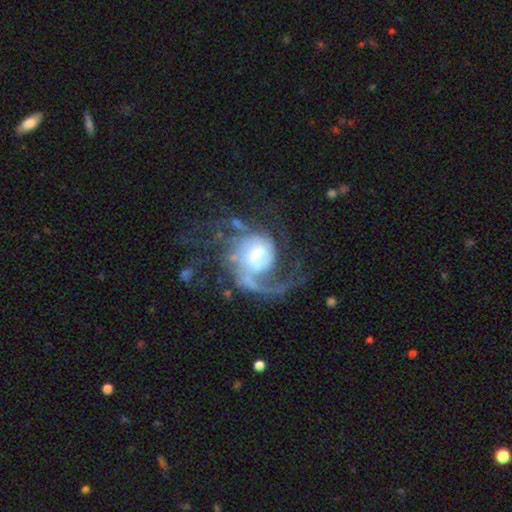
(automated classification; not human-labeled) A featured or disk galaxy (81%) with no bar (50%), 1 (52%) loose (48%) spiral arms (90%) and a moderate central bulge (40%). Merging: major disturbance (45%).